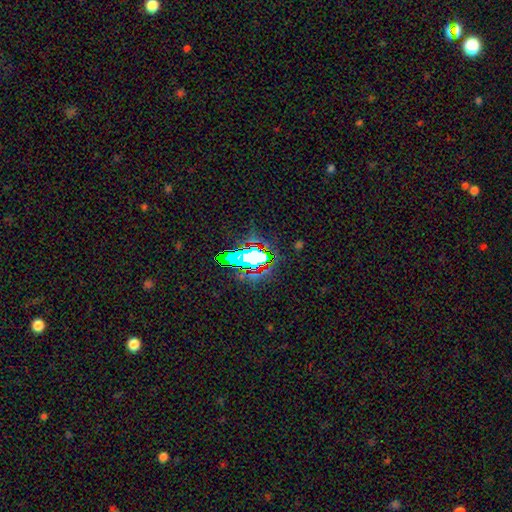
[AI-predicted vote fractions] The model was most divided on "smooth or featured": star or artifact: 56%, smooth: 27%, featured or disk: 17%.